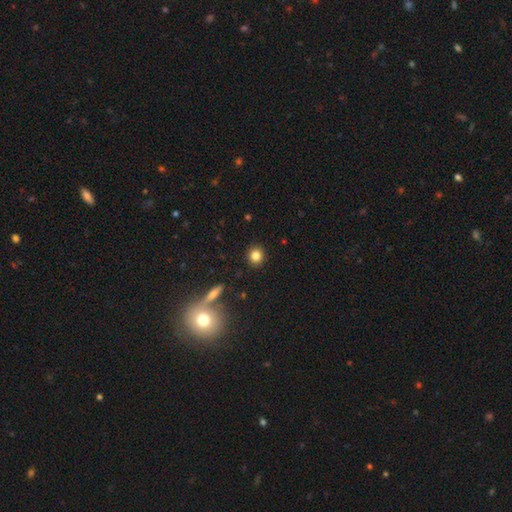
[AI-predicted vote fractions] A smooth galaxy with no disk features (82%) that is round (88%).

Vote fractions:
- Smooth or featured? smooth: 82% / star or artifact: 11% / featured or disk: 7%
- How rounded? round: 88% / in between: 11% / cigar-shaped: 1%
- Merging? none: 91% / minor disturbance: 6% / merger: 2% / major disturbance: 2%